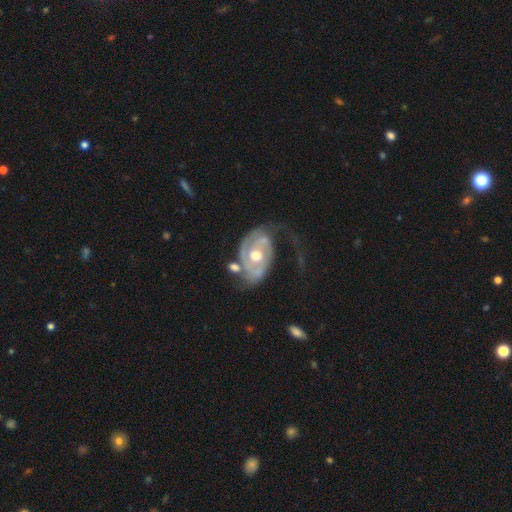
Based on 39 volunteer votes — featured or disk 74%, smooth 18%, star or artifact 8%. Down the decision tree: edge-on disk — no (97%); bar — no (68%); spiral arms — yes (79%); spiral arm count — 2 (45%); spiral winding — tight (50%); bulge size — moderate (68%); merging — major disturbance (36%).